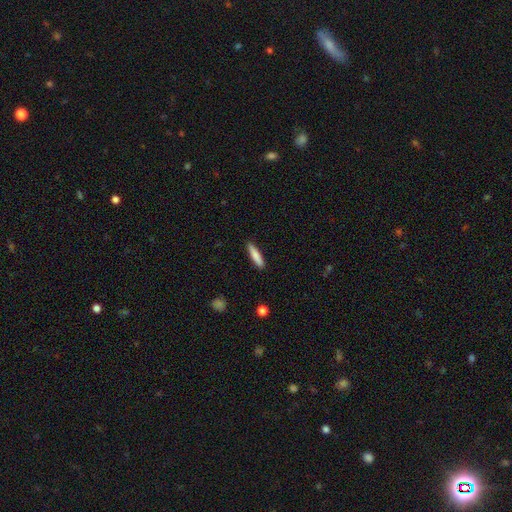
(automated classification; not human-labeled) This appears to be a smooth galaxy with no disk features (82%) that is cigar-shaped (83%). Merging: none (89%).